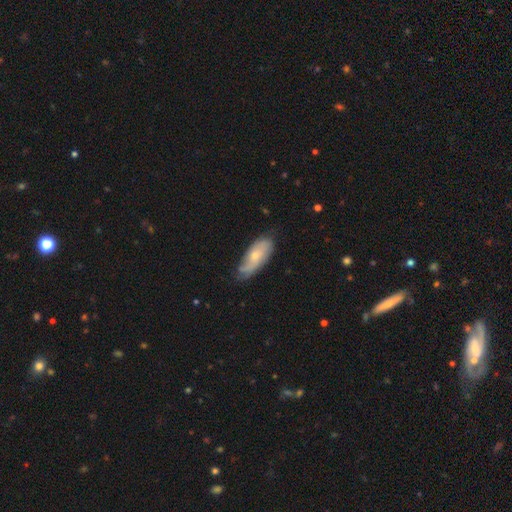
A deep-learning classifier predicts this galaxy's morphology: This appears to be a smooth galaxy with no disk features (48%). Merging: none (61%).